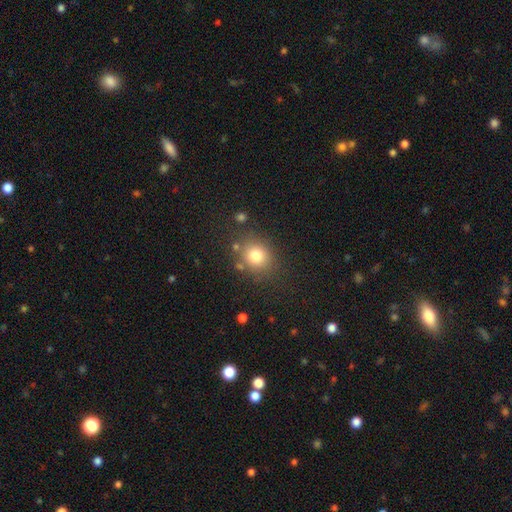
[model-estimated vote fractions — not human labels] The model was most divided on "how rounded": round: 76%, in between: 23%, cigar-shaped: 1%. More confident: merging — none (79%); smooth or featured — smooth (79%).